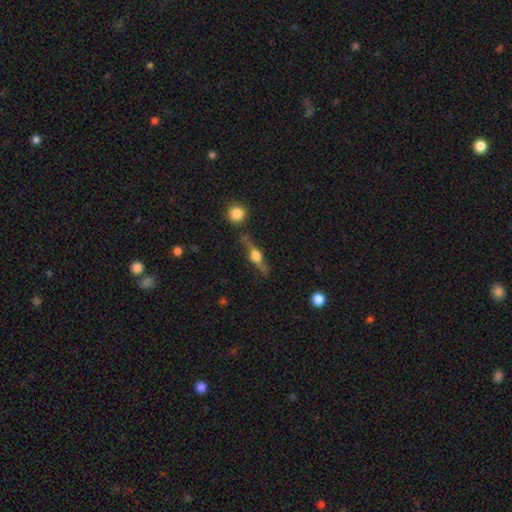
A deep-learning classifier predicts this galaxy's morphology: type=featured or disk (73%); edge-on=yes (95%); edge-on bulge=rounded (95%); merging=none (80%).